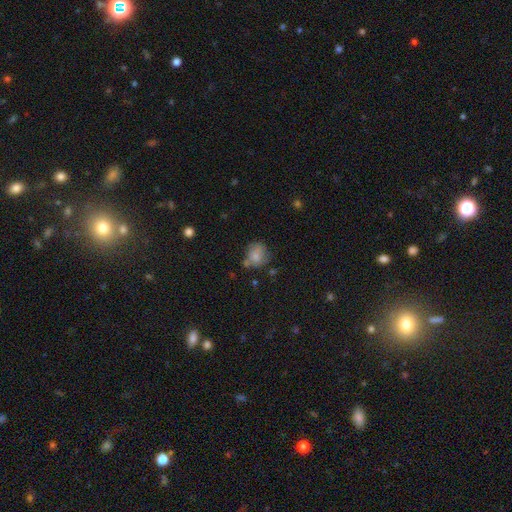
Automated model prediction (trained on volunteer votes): Morphology: type=smooth (77%); roundness=round (69%); merging=none (53%).